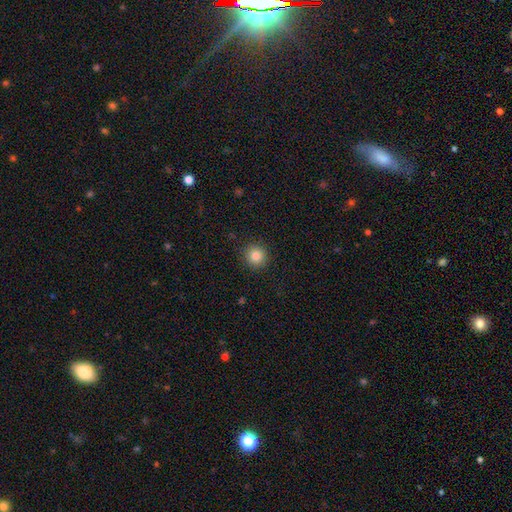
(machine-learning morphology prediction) Smooth or featured?
  - smooth: 84% *
  - star or artifact: 11%
  - featured or disk: 5%
How rounded?
  - round: 94% *
  - in between: 5%
  - cigar-shaped: 1%
Merging?
  - none: 91% *
  - minor disturbance: 6%
  - major disturbance: 2%
  - merger: 1%